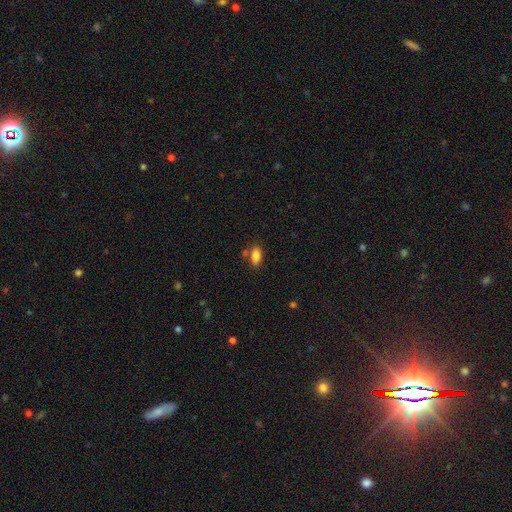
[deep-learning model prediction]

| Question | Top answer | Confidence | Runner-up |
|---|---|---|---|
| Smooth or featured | smooth | 85% | star or artifact (9%) |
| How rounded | in between | 89% | cigar-shaped (7%) |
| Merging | none | 73% | minor disturbance (13%) |